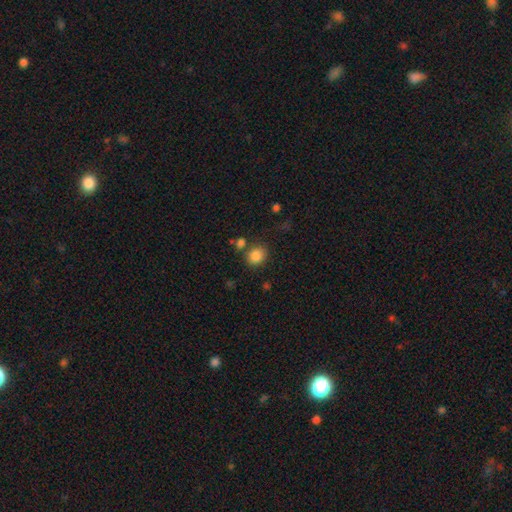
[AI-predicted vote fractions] This appears to be a smooth galaxy with no disk features (85%) that is round (72%). Merging: none (75%).